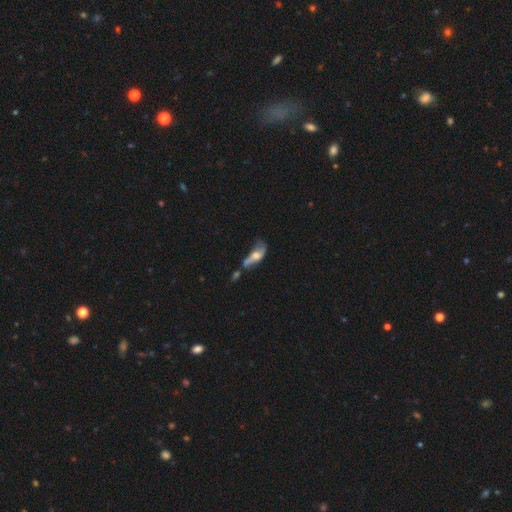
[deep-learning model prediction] Smooth or featured: featured or disk — 49% (smooth — 41%)
Merging: merger — 32% (major disturbance — 26%)